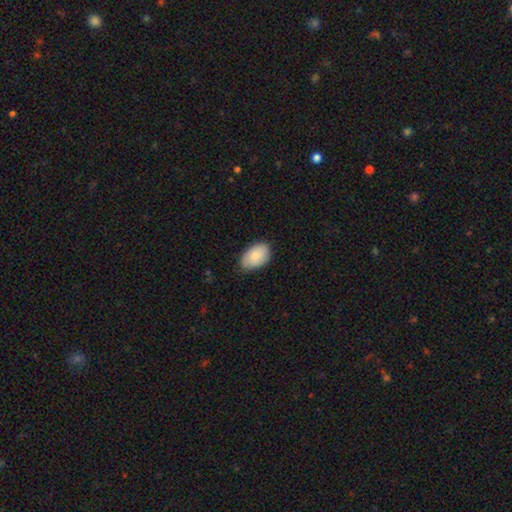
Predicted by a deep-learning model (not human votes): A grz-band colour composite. It shows a smooth galaxy with no disk features (82%) that is in between round and cigar-shaped (92%). Merging: none (77%).